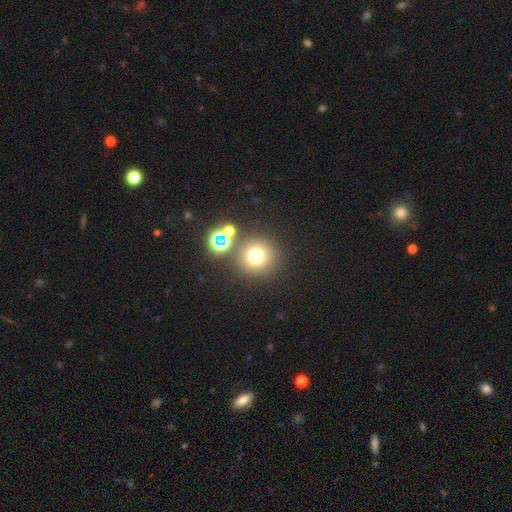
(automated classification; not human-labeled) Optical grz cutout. It shows a smooth galaxy with no disk features (68%) that is round (95%). Merging: none (79%).